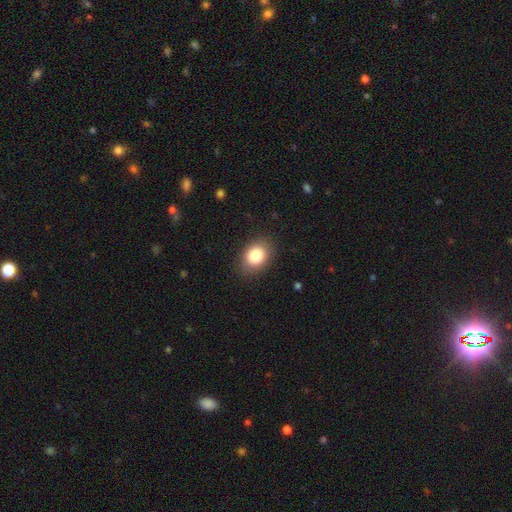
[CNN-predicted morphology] Smooth or featured? Predicted: smooth (p=0.84). How rounded? Predicted: in between (p=0.61). Merging? Predicted: none (p=0.86).